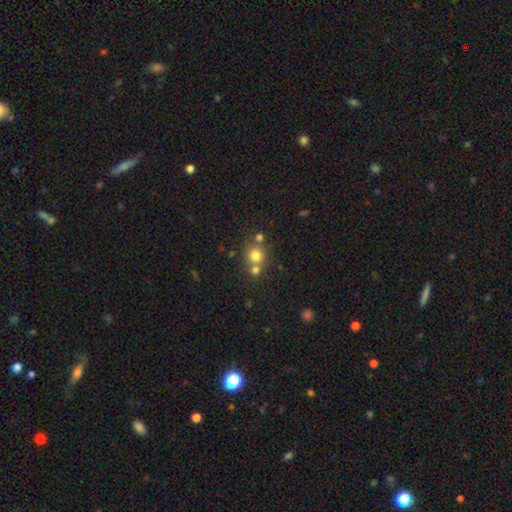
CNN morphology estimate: The model was most divided on "merging": none: 57%, merger: 32%, minor disturbance: 8%, major disturbance: 3%. More confident: how rounded — round (88%); smooth or featured — smooth (75%).